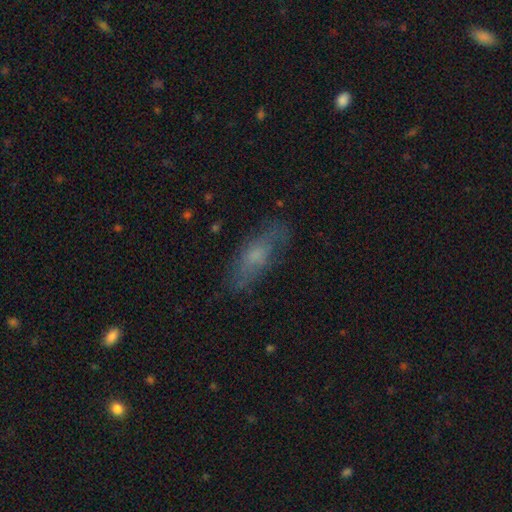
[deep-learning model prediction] Smooth or featured: smooth — 55% (featured or disk — 35%)
How rounded: in between — 65% (cigar-shaped — 32%)
Merging: none — 69% (minor disturbance — 21%)